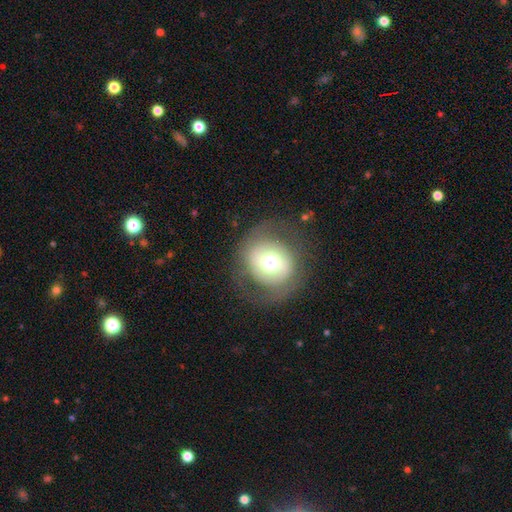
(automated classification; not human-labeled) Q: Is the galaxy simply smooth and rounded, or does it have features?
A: smooth — 47%.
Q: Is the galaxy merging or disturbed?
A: none — 76%.